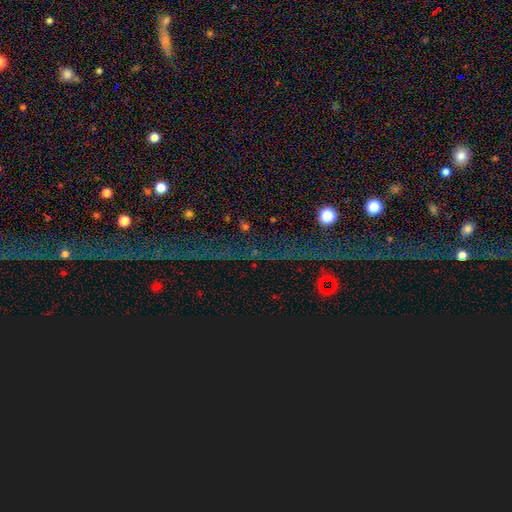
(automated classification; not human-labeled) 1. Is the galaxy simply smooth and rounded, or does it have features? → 85% star or artifact, 8% smooth, 7% featured or disk.